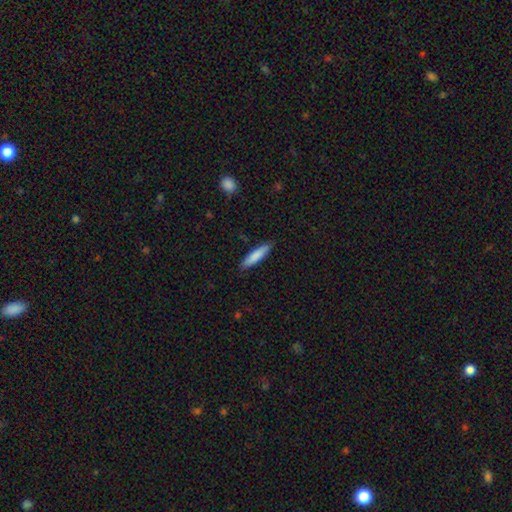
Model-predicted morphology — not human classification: Smooth or featured?
  - smooth: 81% *
  - featured or disk: 13%
  - star or artifact: 6%
How rounded?
  - cigar-shaped: 84% *
  - in between: 14%
  - round: 1%
Merging?
  - none: 87% *
  - minor disturbance: 10%
  - major disturbance: 2%
  - merger: 1%